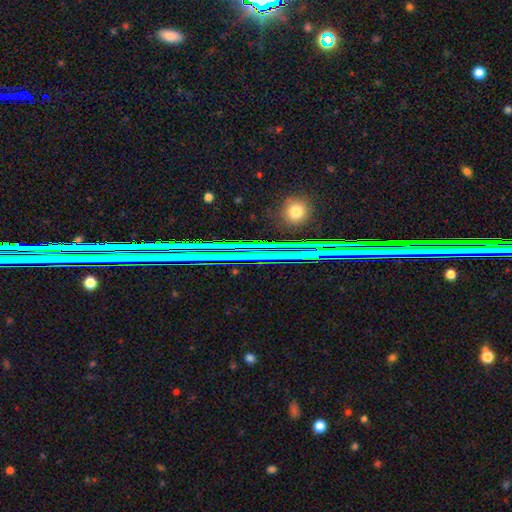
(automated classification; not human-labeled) A star or artifact, not a galaxy (78%).

Vote fractions:
- Smooth or featured? star or artifact: 78% / featured or disk: 12% / smooth: 10%